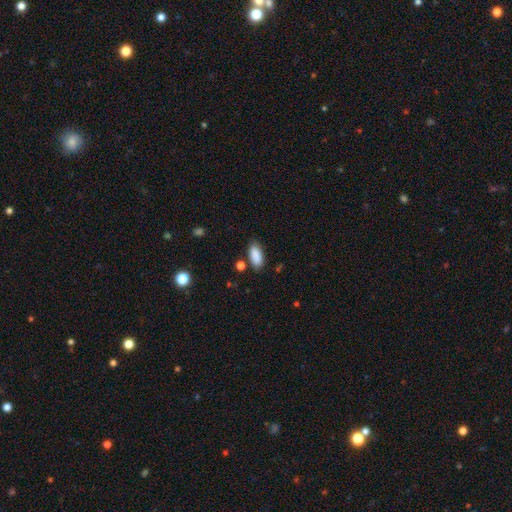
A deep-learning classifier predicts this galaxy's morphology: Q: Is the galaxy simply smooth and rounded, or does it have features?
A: smooth — 89%.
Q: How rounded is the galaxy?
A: in between — 87%.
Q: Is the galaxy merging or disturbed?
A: none — 82%.